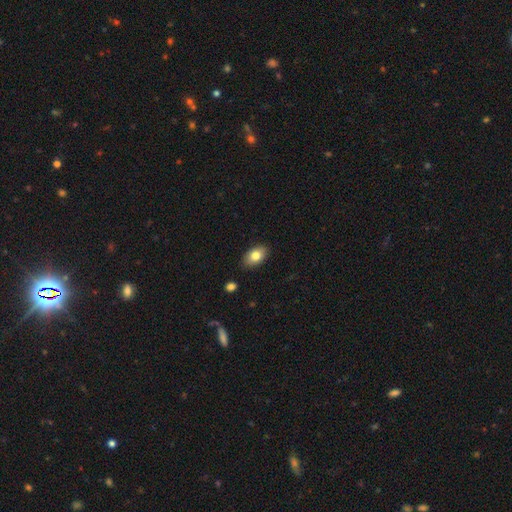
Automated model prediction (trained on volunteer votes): smooth-or-featured: smooth: 81% | featured or disk: 12% | star or artifact: 7%
  how-rounded: in between: 90% | round: 9% | cigar-shaped: 1%
  merging: none: 87% | minor disturbance: 10% | major disturbance: 2% | merger: 1%